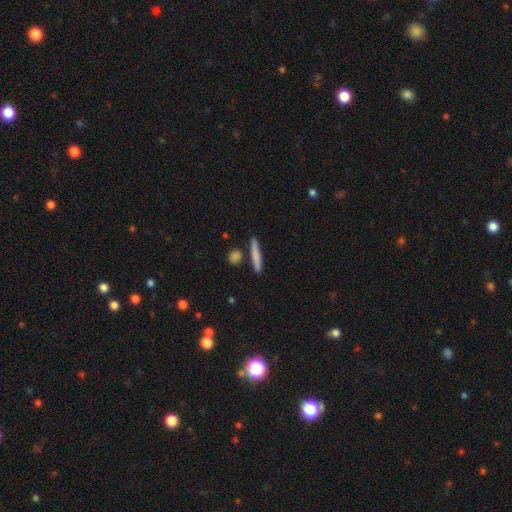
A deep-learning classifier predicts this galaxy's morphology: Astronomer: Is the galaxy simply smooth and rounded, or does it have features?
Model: smooth — 77%.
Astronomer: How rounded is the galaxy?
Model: cigar-shaped — 91%.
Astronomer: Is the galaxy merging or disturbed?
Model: none — 85%.